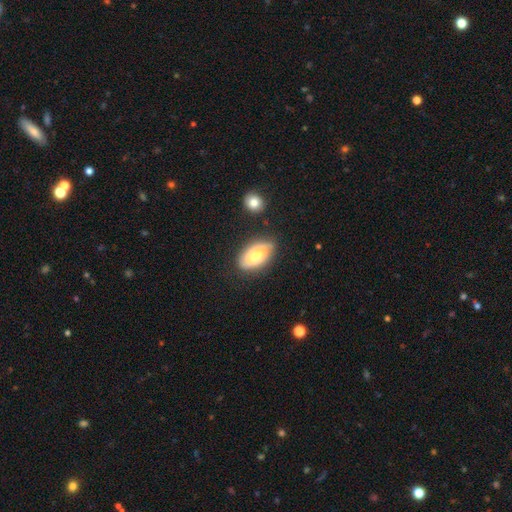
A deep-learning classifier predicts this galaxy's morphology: This appears to be a smooth galaxy with no disk features (66%) that is in between round and cigar-shaped (93%). Merging: none (70%).